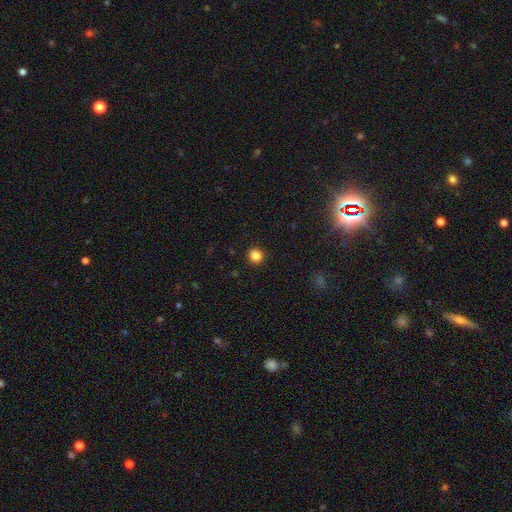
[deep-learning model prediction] This appears to be a smooth galaxy with no disk features (85%) that is round (87%). Merging: none (92%).